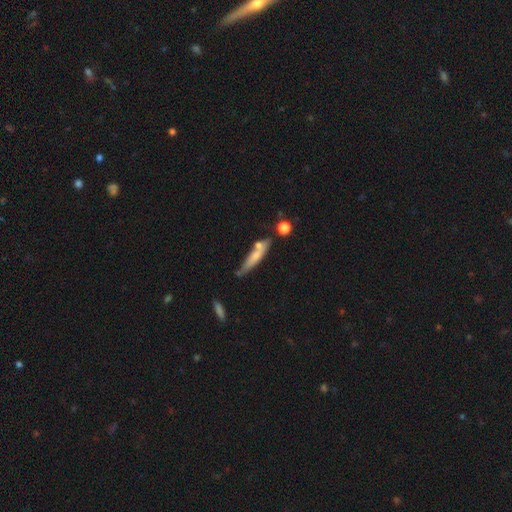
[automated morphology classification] Smooth or featured? smooth (61%)
How rounded? cigar-shaped (86%)
Merging? none (59%)